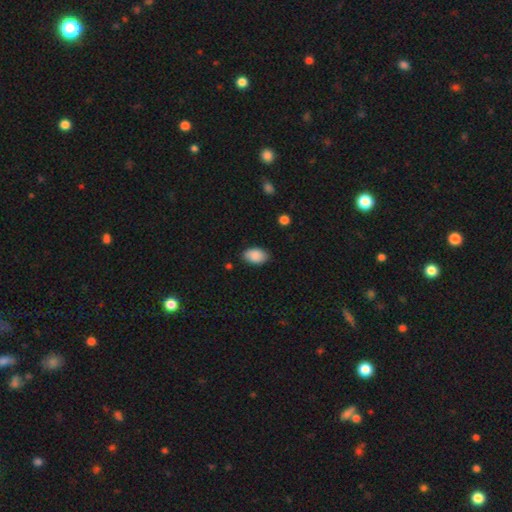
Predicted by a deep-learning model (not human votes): smooth_or_featured: smooth (p=0.89) [alt: star or artifact p=0.07]
how_rounded: in between (p=0.91) [alt: round p=0.08]
merging: none (p=0.83) [alt: minor disturbance p=0.13]